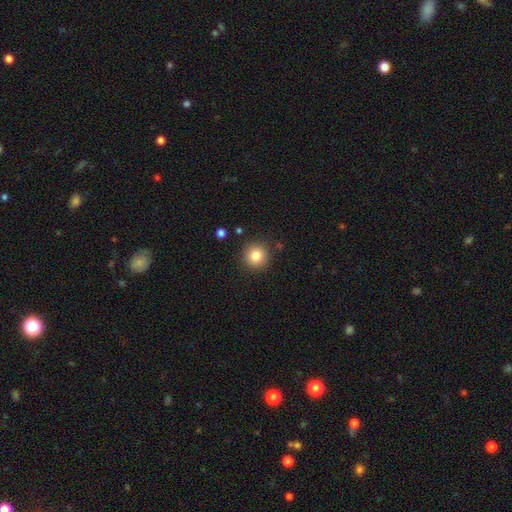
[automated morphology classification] smooth_or_featured: smooth (p=0.83) [alt: star or artifact p=0.11]
how_rounded: round (p=0.94) [alt: in between p=0.05]
merging: none (p=0.89) [alt: minor disturbance p=0.07]